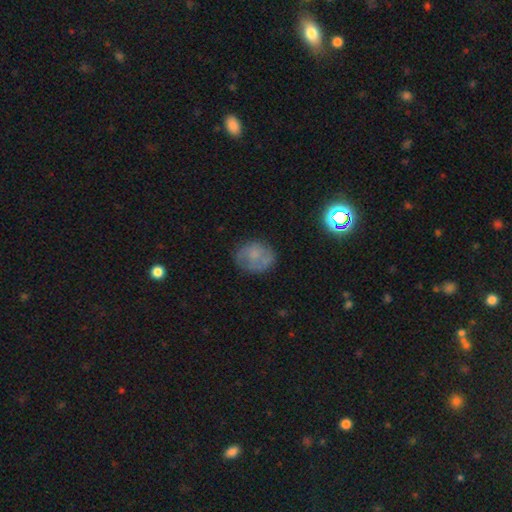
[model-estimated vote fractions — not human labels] smooth_or_featured: smooth (p=0.58) [alt: featured or disk p=0.30]
how_rounded: round (p=0.55) [alt: in between p=0.44]
merging: none (p=0.62) [alt: minor disturbance p=0.24]